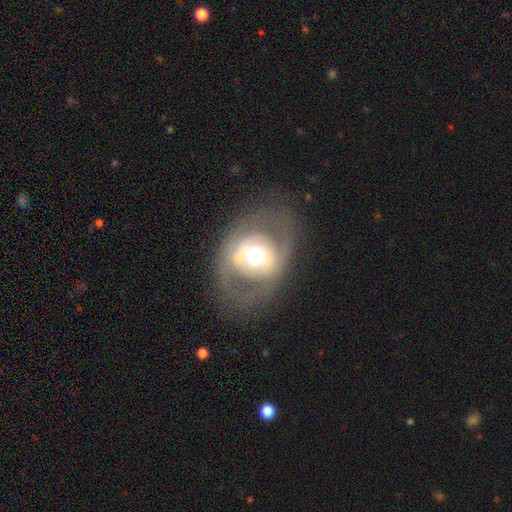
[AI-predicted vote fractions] Smooth or featured?
  - featured or disk: 57% *
  - smooth: 35%
  - star or artifact: 8%
Edge-on disk?
  - no: 92% *
  - yes: 8%
Bar?
  - no: 61% *
  - weak: 21%
  - strong: 18%
Spiral arms?
  - no: 76% *
  - yes: 24%
Bulge size?
  - moderate: 52% *
  - large: 34%
  - dominant: 8%
  - small: 5%
  - none: 1%
Merging?
  - none: 69% *
  - major disturbance: 16%
  - minor disturbance: 14%
  - merger: 2%